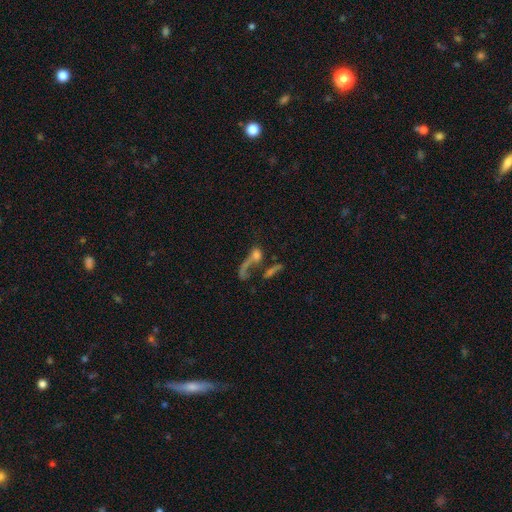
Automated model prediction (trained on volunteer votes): Overall: smooth (46%; featured or disk 37%). Merging: merger (38%; major disturbance 28%).